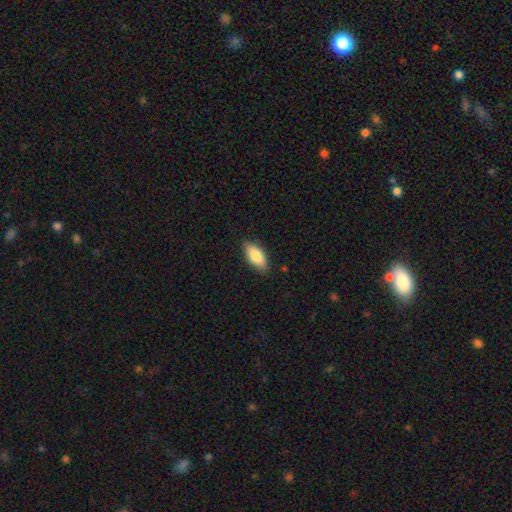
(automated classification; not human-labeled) This appears to be a smooth galaxy with no disk features (82%) that is in between round and cigar-shaped (86%). Merging: none (85%).